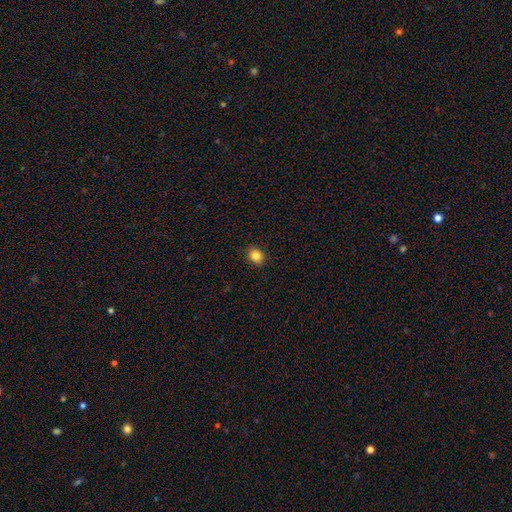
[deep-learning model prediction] A smooth galaxy with no disk features (84%) that is round (69%). Merging: none (91%).